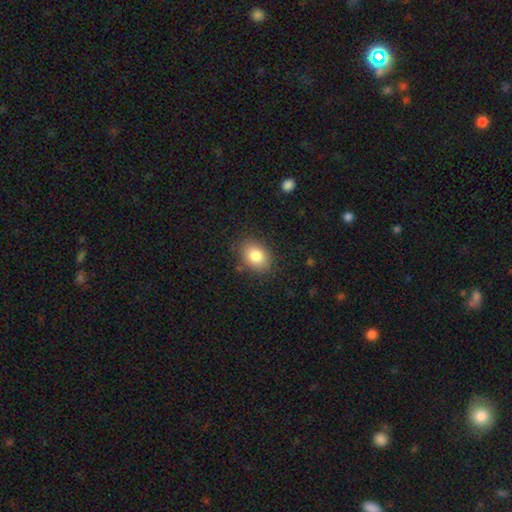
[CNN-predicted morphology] A smooth galaxy with no disk features (83%) that is in between round and cigar-shaped (70%).

Vote fractions:
- Smooth or featured? smooth: 83% / star or artifact: 9% / featured or disk: 8%
- How rounded? in between: 70% / round: 29% / cigar-shaped: 1%
- Merging? none: 84% / minor disturbance: 11% / major disturbance: 3% / merger: 1%